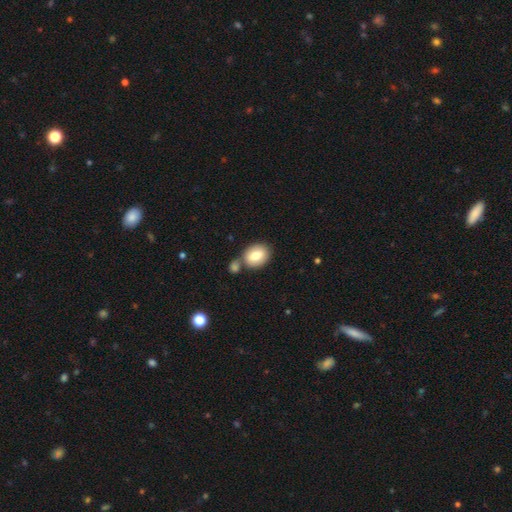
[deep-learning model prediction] Smooth or featured? Predicted: smooth (p=0.79). How rounded? Predicted: in between (p=0.61). Merging? Predicted: none (p=0.59).